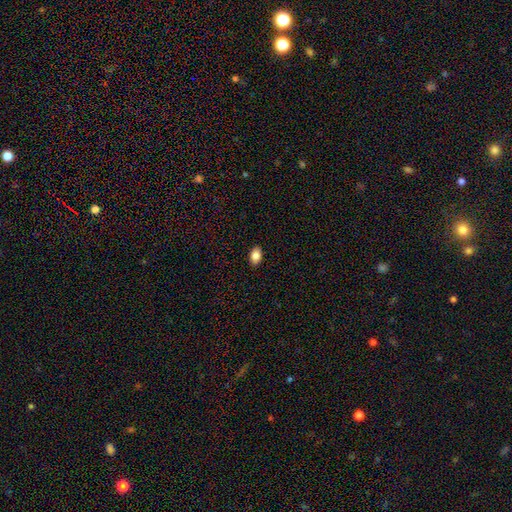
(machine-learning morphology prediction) smooth 85%, star or artifact 8%, featured or disk 7%. Down the decision tree: how rounded — in between (90%); merging — none (90%).